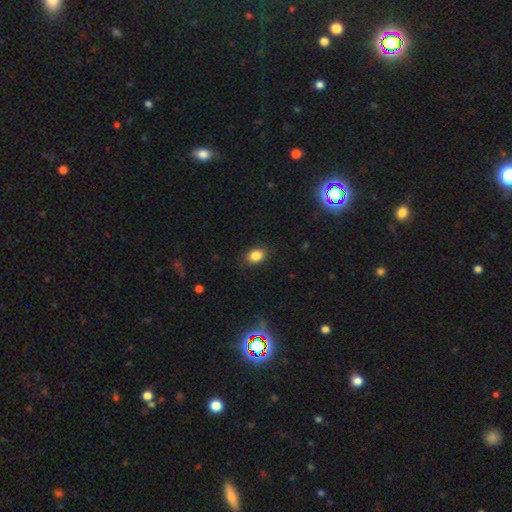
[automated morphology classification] smooth_or_featured: smooth (p=0.85) [alt: star or artifact p=0.10]
how_rounded: in between (p=0.70) [alt: round p=0.28]
merging: none (p=0.84) [alt: minor disturbance p=0.12]